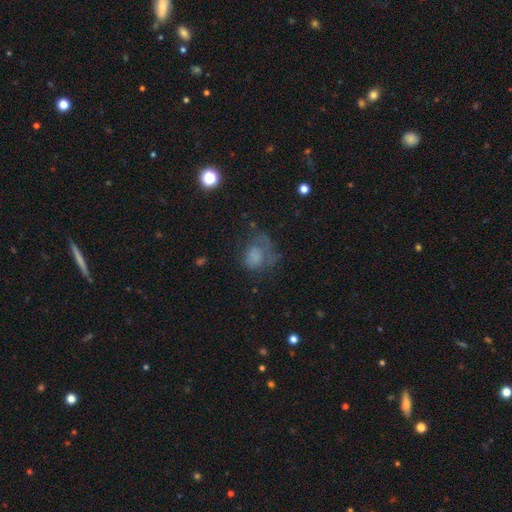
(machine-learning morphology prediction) Overall: smooth (58%; featured or disk 26%). How rounded: round (55%; in between 44%). Merging: major disturbance (40%; none 34%).